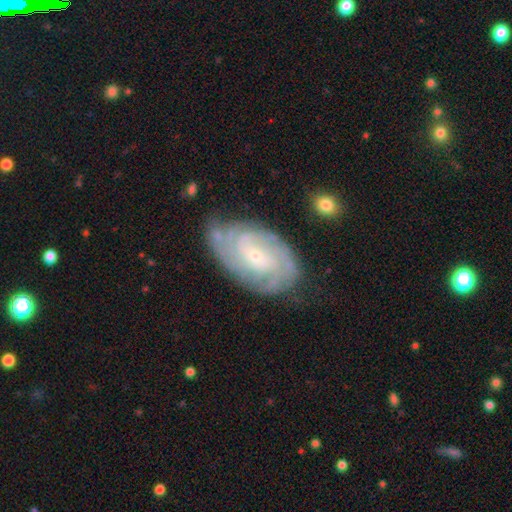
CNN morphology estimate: Q: Smooth or featured?
A: featured or disk (84%); runner-up: smooth (10%)
Q: Edge-on disk?
A: no (96%); runner-up: yes (4%)
Q: Bar?
A: no (60%); runner-up: weak (33%)
Q: Spiral arms?
A: yes (96%); runner-up: no (4%)
Q: Spiral winding?
A: tight (71%); runner-up: medium (24%)
Q: Spiral arm count?
A: can't tell (33%); runner-up: 2 (23%)
Q: Bulge size?
A: small (80%); runner-up: moderate (16%)
Q: Merging?
A: none (70%); runner-up: minor disturbance (21%)